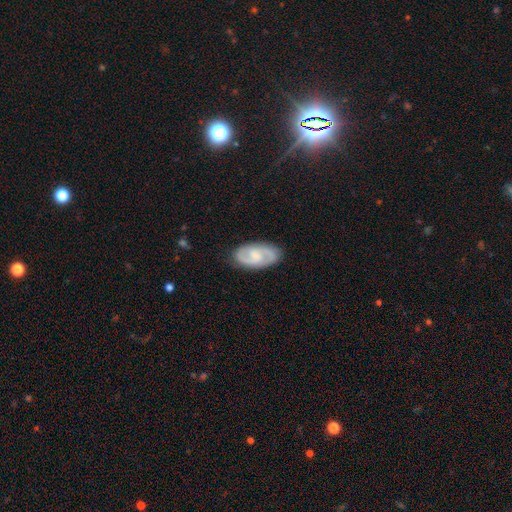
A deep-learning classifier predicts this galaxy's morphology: This is likely a featured or disk galaxy (72%). It is clearly not viewed edge-on (96%). Bar: possibly weak (48%). Spiral arm pattern: clearly yes (93%). Spiral arm count: clearly 2 (88%). Spiral winding: possibly medium (49%). Central bulge: marginally small (33%). Merging: clearly none (84%).